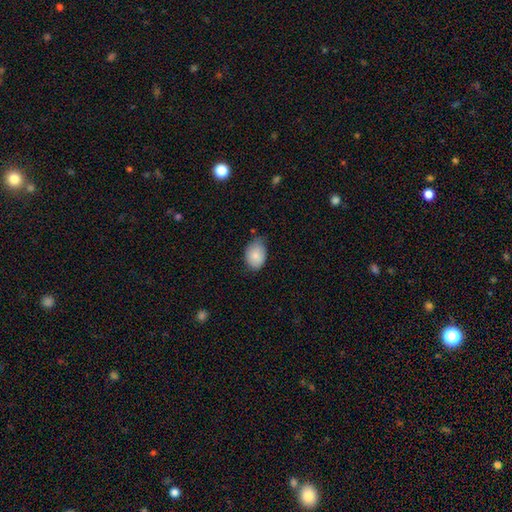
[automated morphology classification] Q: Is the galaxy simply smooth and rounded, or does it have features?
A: smooth — 86%.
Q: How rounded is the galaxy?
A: in between — 78%.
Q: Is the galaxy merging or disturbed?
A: none — 58%.